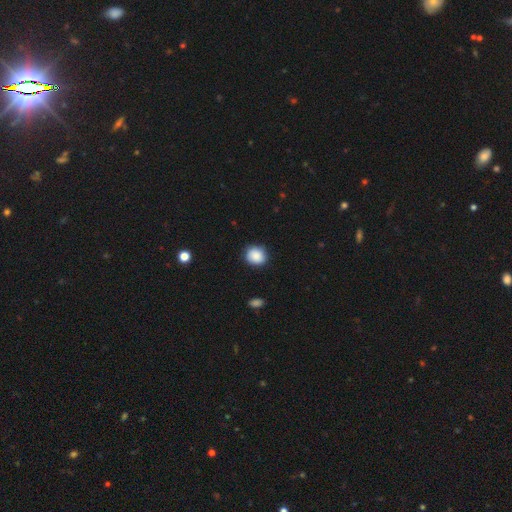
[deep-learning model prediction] smooth-or-featured: smooth: 87% | star or artifact: 8% | featured or disk: 5%
  how-rounded: round: 80% | in between: 19% | cigar-shaped: 1%
  merging: none: 83% | minor disturbance: 13% | major disturbance: 3% | merger: 1%